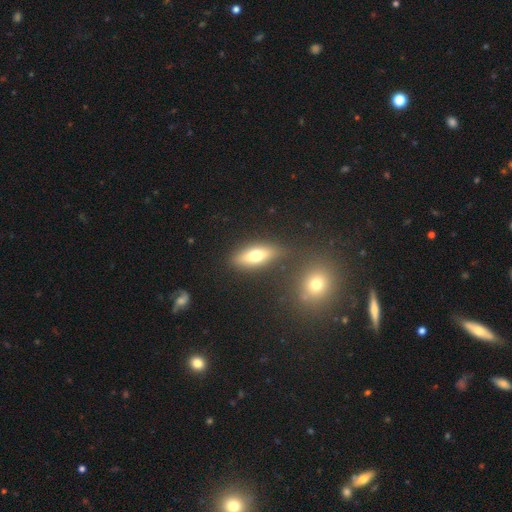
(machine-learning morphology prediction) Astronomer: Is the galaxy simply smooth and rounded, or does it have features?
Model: smooth — 65%.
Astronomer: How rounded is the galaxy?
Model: in between — 70%.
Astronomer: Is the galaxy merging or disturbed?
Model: none — 79%.